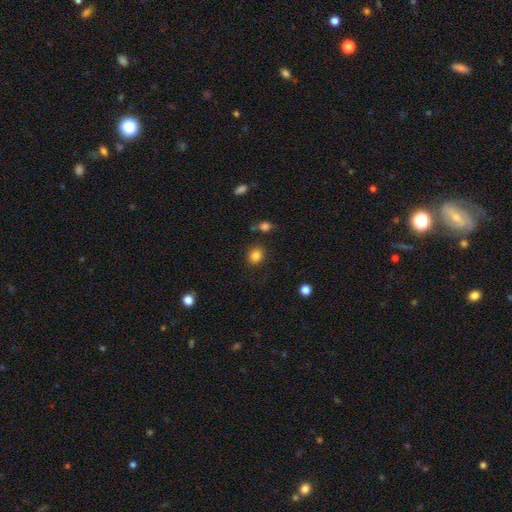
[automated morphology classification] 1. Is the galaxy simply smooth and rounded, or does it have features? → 84% smooth, 11% star or artifact, 5% featured or disk.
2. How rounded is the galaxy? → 71% round, 28% in between, 1% cigar-shaped.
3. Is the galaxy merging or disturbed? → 84% none, 9% minor disturbance, 4% merger, 3% major disturbance.